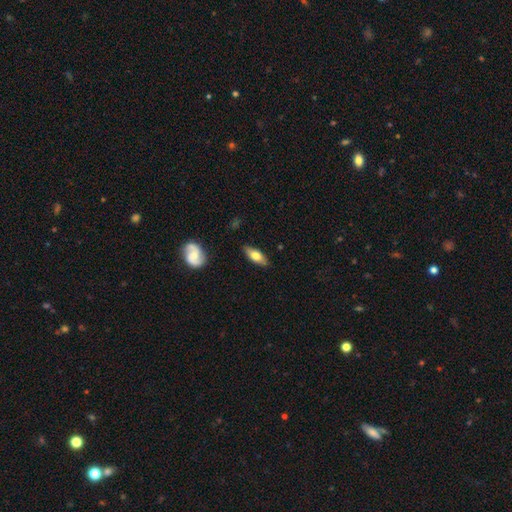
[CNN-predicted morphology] A smooth galaxy with no disk features (60%) that is in between round and cigar-shaped (71%). Merging: none (85%).